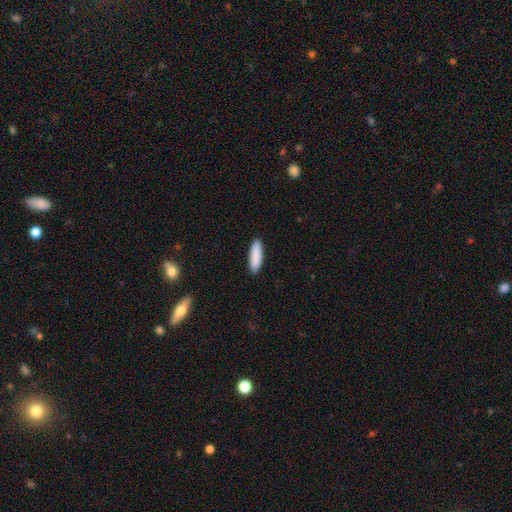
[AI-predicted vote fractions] A smooth galaxy with no disk features (90%) that is cigar-shaped (56%). Merging: none (91%).